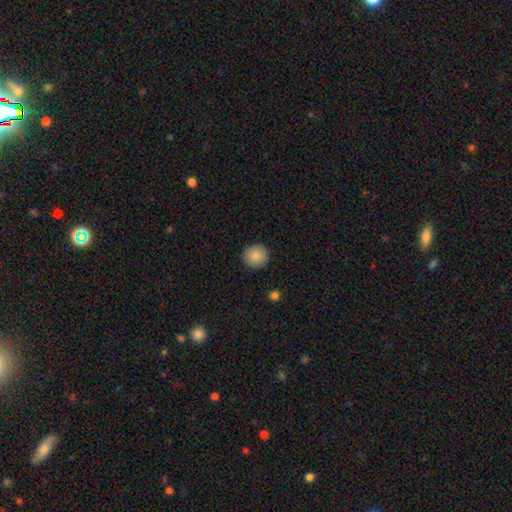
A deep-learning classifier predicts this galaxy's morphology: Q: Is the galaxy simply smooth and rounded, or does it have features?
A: smooth — 87%.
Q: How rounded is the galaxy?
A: round — 93%.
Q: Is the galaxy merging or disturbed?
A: none — 92%.